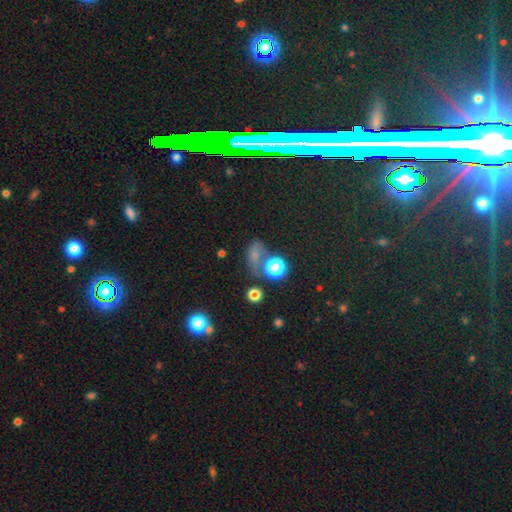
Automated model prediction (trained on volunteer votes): A smooth galaxy with no disk features (58%) that is in between round and cigar-shaped (55%). Merging: none (43%).